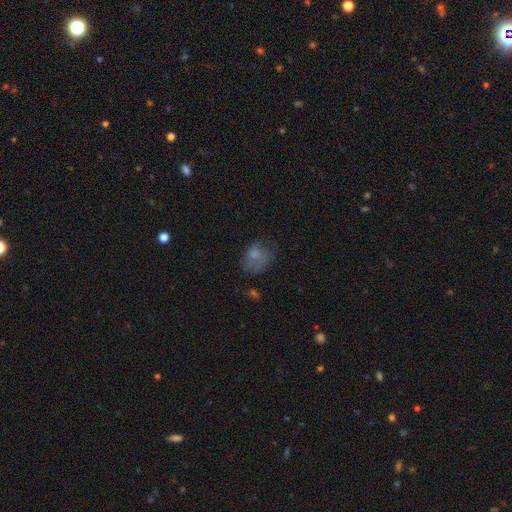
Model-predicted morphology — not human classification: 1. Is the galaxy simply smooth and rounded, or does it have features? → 69% smooth, 20% featured or disk, 11% star or artifact.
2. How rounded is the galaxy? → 55% in between, 44% round, 1% cigar-shaped.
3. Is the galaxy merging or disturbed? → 42% none, 30% minor disturbance, 24% major disturbance, 3% merger.